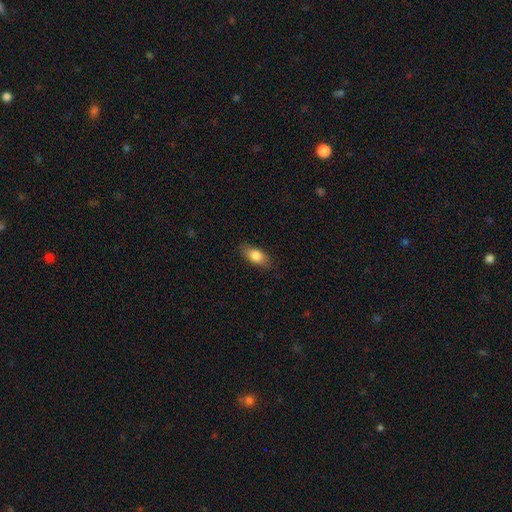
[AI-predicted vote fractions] Q: Smooth or featured?
A: smooth (82%); runner-up: featured or disk (11%)
Q: How rounded?
A: in between (85%); runner-up: cigar-shaped (10%)
Q: Merging?
A: none (84%); runner-up: minor disturbance (12%)